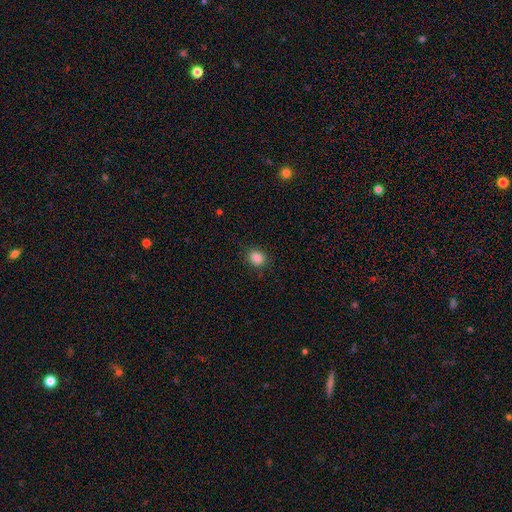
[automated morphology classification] This is clearly a smooth galaxy (84%). How rounded: likely round (65%). Merging: clearly none (88%).